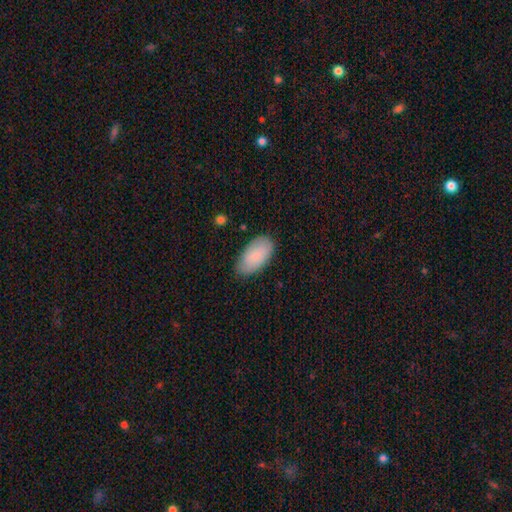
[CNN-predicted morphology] Smooth or featured?
  - smooth: 85% *
  - featured or disk: 9%
  - star or artifact: 6%
How rounded?
  - in between: 95% *
  - round: 2%
  - cigar-shaped: 2%
Merging?
  - none: 80% *
  - minor disturbance: 16%
  - major disturbance: 3%
  - merger: 1%